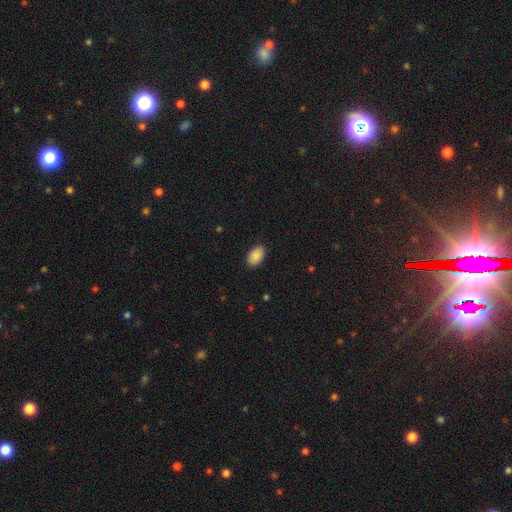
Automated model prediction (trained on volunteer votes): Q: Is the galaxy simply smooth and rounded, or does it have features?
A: smooth — 90%.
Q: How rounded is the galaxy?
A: in between — 91%.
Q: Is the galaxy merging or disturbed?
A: none — 89%.